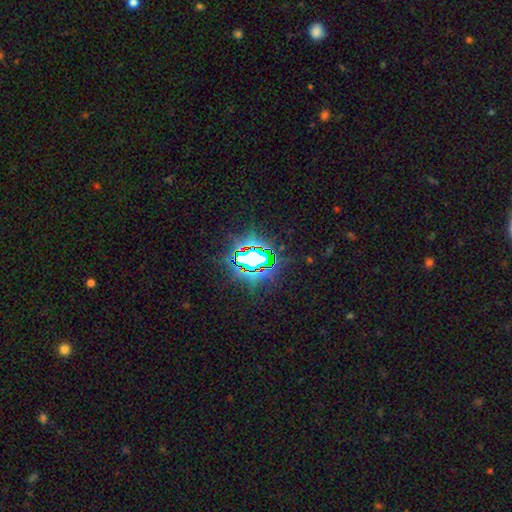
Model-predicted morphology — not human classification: star or artifact 76%, smooth 13%, featured or disk 10%.